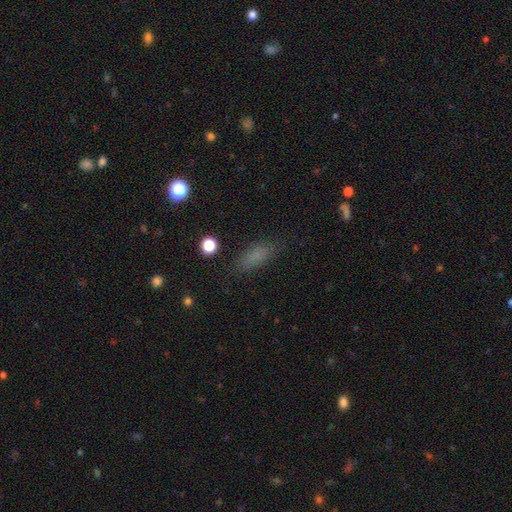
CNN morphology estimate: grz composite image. It shows a smooth galaxy with no disk features (77%) that is in between round and cigar-shaped (62%). Merging: none (81%).